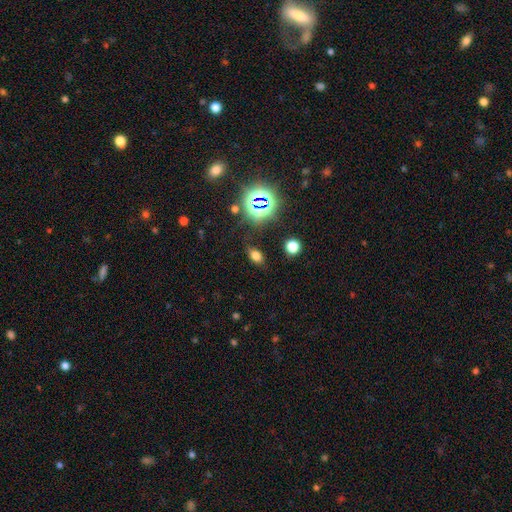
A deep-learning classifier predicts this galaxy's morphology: Smooth or featured?
  - smooth: 66% *
  - star or artifact: 25%
  - featured or disk: 9%
How rounded?
  - in between: 82% *
  - round: 15%
  - cigar-shaped: 3%
Merging?
  - none: 80% *
  - minor disturbance: 13%
  - major disturbance: 5%
  - merger: 2%